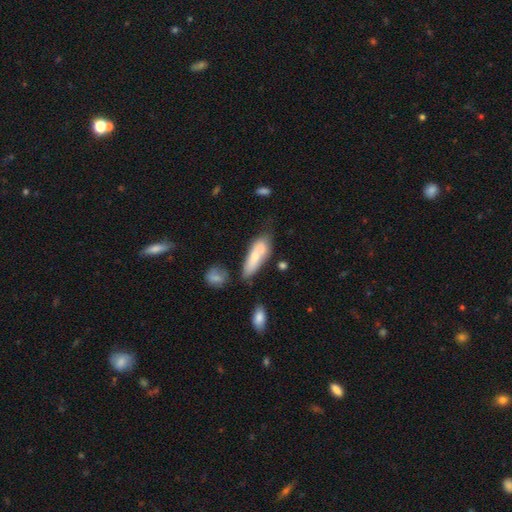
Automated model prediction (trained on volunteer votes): The model was most divided on "merging": none: 48%, minor disturbance: 27%, merger: 15%, major disturbance: 10%. More confident: smooth or featured — smooth (66%); how rounded — in between (64%).